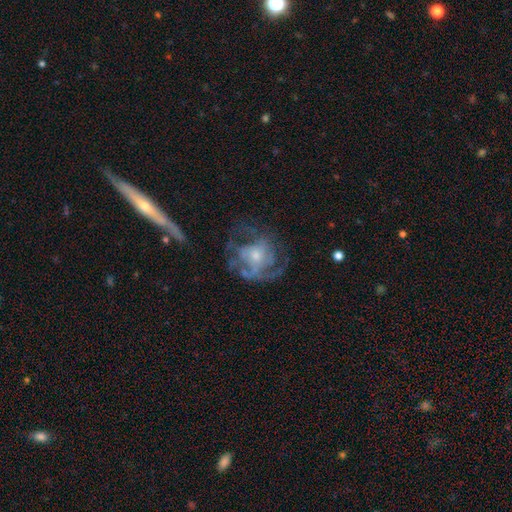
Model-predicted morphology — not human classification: featured or disk 73%, smooth 17%, star or artifact 10%. Down the decision tree: edge-on disk — no (96%); bar — no (76%); spiral arms — yes (68%); bulge size — small (48%); merging — none (48%).